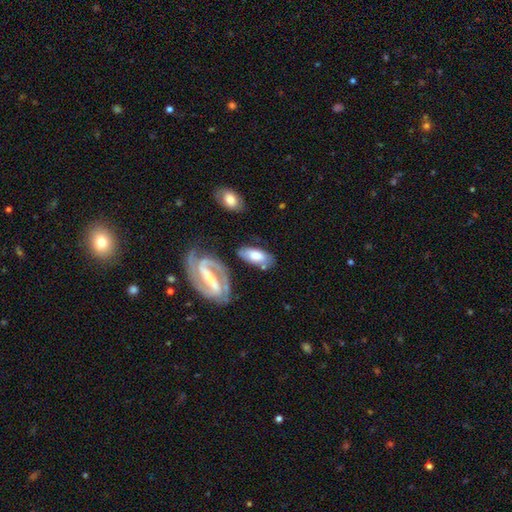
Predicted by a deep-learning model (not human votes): Overall: smooth (57%; featured or disk 37%). How rounded: in between (83%). Merging: none (65%).